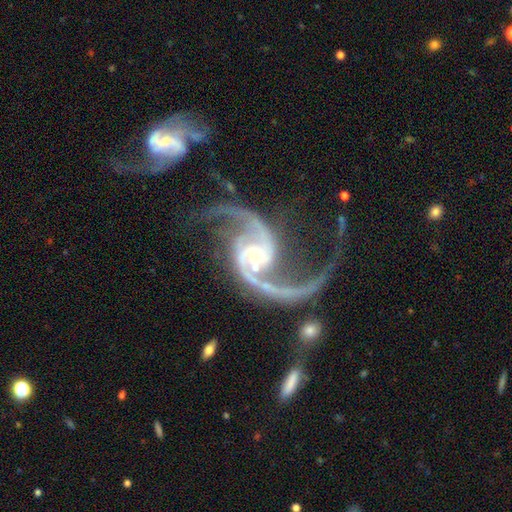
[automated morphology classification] featured or disk 94%, star or artifact 4%, smooth 2%. Down the decision tree: edge-on disk — no (98%); bar — no (46%); spiral arms — yes (98%); spiral arm count — 2 (92%); spiral winding — loose (62%); bulge size — small (53%); merging — none (56%).